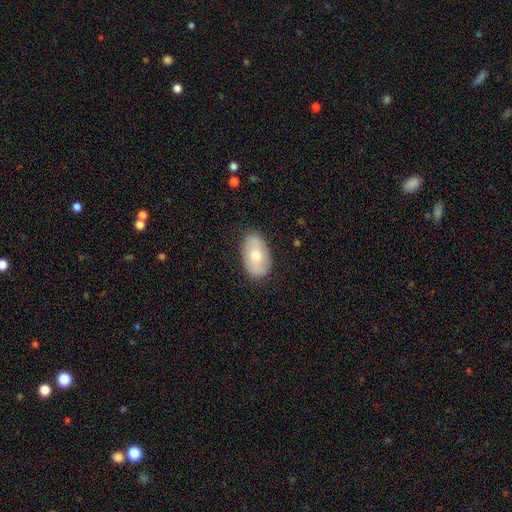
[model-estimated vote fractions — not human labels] This appears to be a smooth galaxy with no disk features (63%) that is in between round and cigar-shaped (91%). Merging: none (84%).